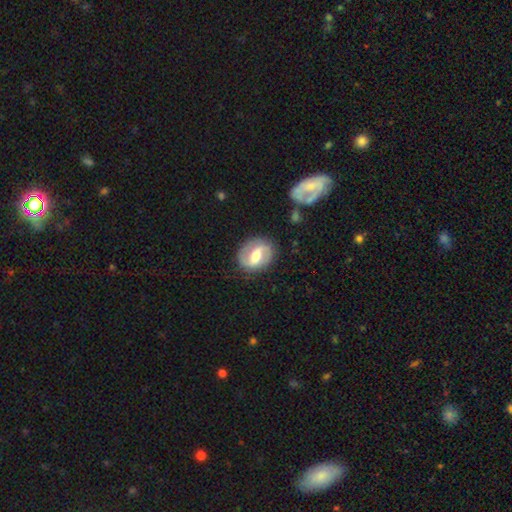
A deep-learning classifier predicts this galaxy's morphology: type=featured or disk (75%); edge-on=no (97%); bar=weak (44%); spiral arms=yes (88%); winding=medium (46%); arm count=2 (89%); bulge=moderate (64%); merging=none (83%).